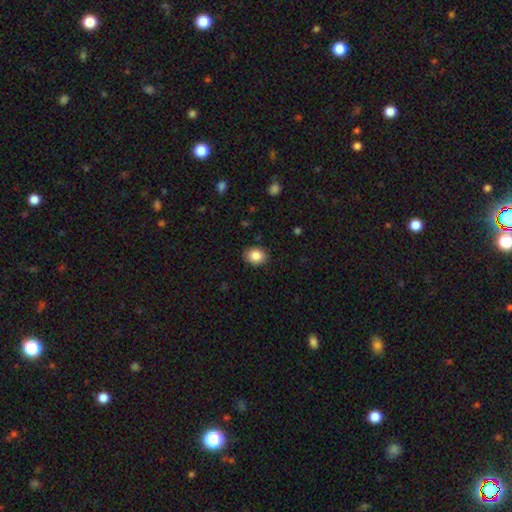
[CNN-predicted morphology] This appears to be a smooth galaxy with no disk features (86%) that is round (54%). Merging: none (88%).